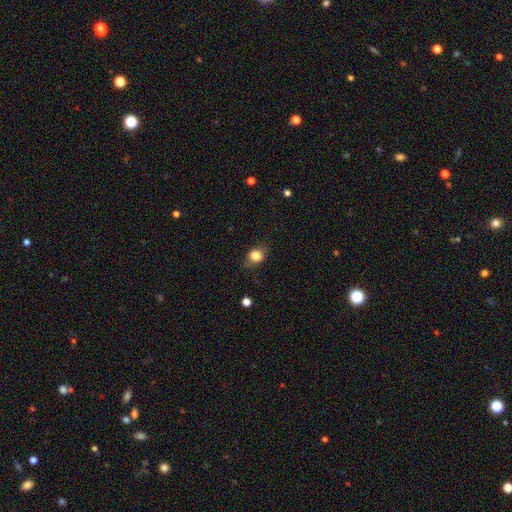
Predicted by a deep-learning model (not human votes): smooth_or_featured: smooth (p=0.80) [alt: star or artifact p=0.10]
how_rounded: round (p=0.61) [alt: in between p=0.38]
merging: none (p=0.73) [alt: minor disturbance p=0.19]